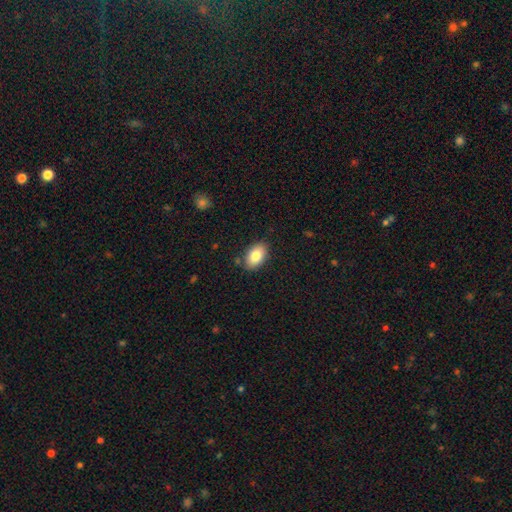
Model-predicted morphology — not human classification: A smooth galaxy with no disk features (81%) that is in between round and cigar-shaped (89%). Merging: none (84%).